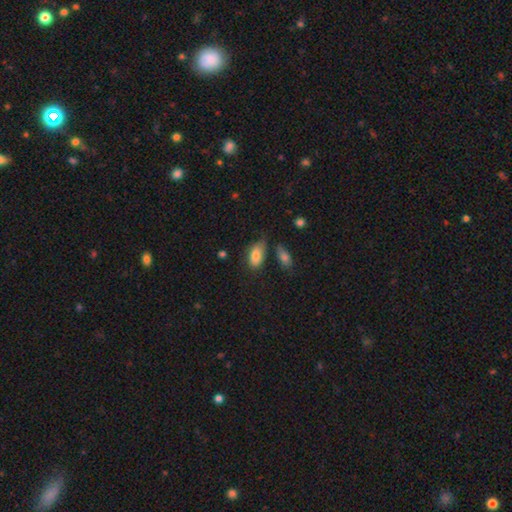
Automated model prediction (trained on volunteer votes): The model was most divided on "merging": none: 49%, minor disturbance: 32%, major disturbance: 11%, merger: 8%. More confident: how rounded — in between (91%); smooth or featured — smooth (81%).